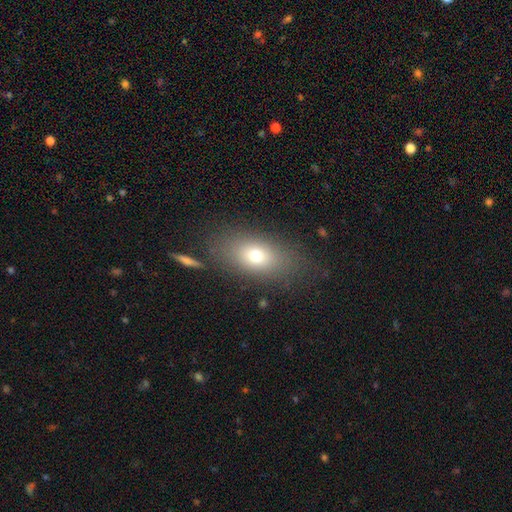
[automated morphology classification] This appears to be a smooth galaxy with no disk features (71%) that is in between round and cigar-shaped (78%). Merging: none (77%).